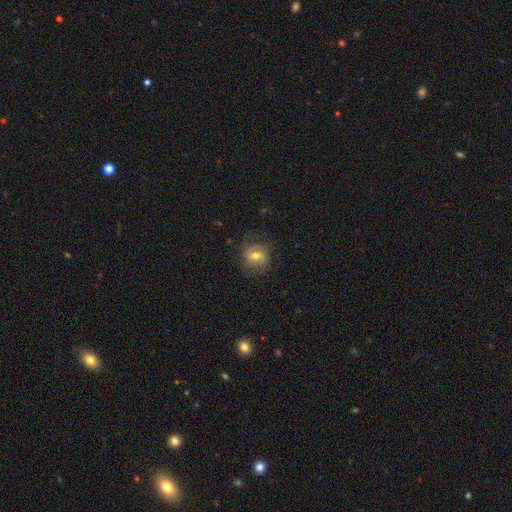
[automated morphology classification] featured or disk 46%, smooth 45%, star or artifact 10%. Down the decision tree: merging — none (68%).